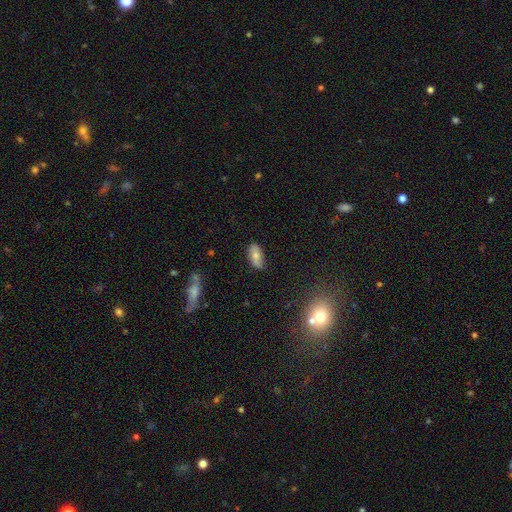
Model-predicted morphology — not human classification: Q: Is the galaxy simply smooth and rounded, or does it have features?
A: smooth — 67%.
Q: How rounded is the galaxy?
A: in between — 89%.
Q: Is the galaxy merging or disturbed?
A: none — 75%.